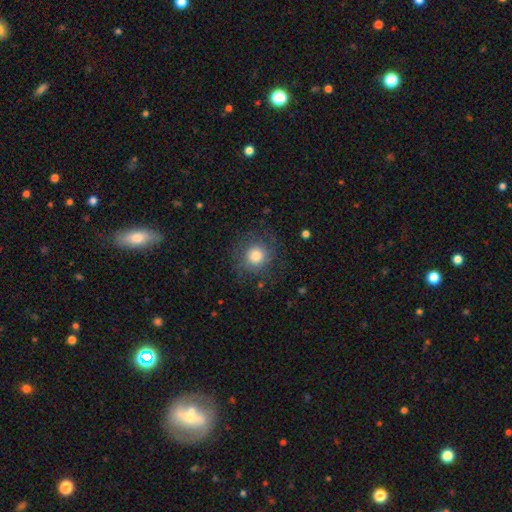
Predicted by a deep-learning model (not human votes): smooth-or-featured: smooth: 76% | featured or disk: 14% | star or artifact: 10%
  how-rounded: round: 93% | in between: 6% | cigar-shaped: 1%
  merging: none: 79% | minor disturbance: 13% | major disturbance: 8% | merger: 1%